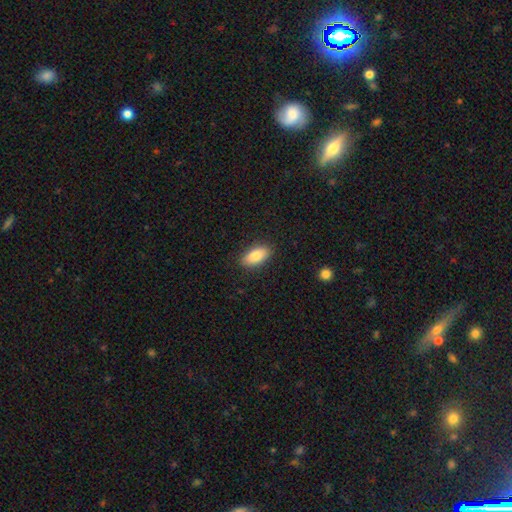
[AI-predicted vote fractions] Morphology: type=smooth (85%); roundness=in between (89%); merging=none (87%).